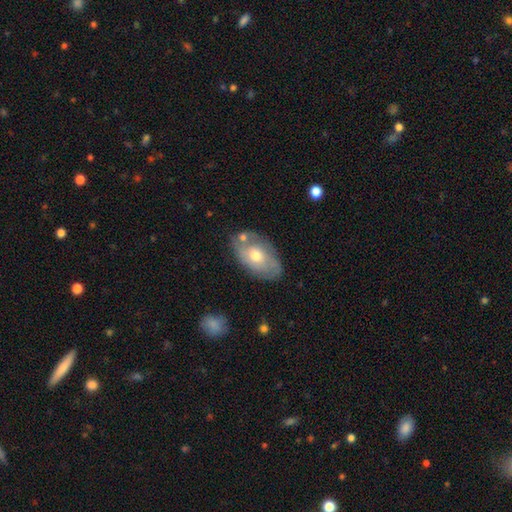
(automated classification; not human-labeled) smooth_or_featured: smooth (p=0.50) [alt: featured or disk p=0.43]
how_rounded: in between (p=0.90) [alt: round p=0.08]
merging: none (p=0.66) [alt: minor disturbance p=0.20]